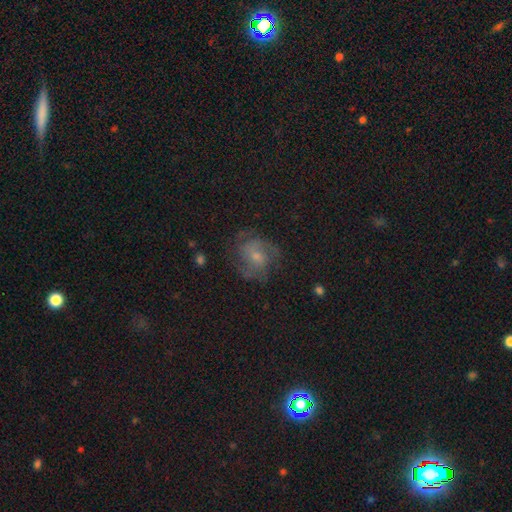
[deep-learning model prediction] This appears to be a featured or disk galaxy (64%) with no bar (52%), 2 (43%) medium (50%) spiral arms (87%) and a small central bulge (53%). Merging: none (64%).